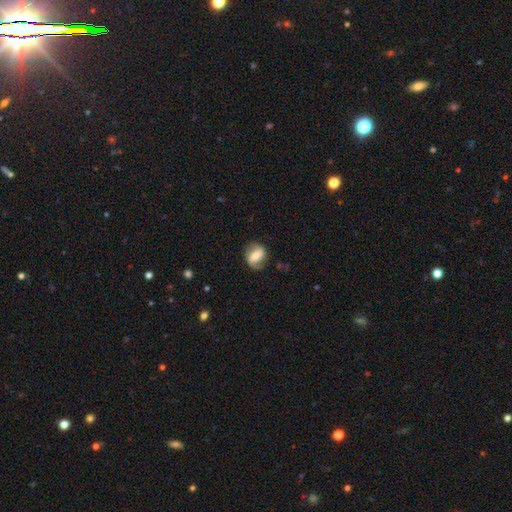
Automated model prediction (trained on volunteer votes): smooth-or-featured: featured or disk: 57% | smooth: 36% | star or artifact: 7%
  disk-edge-on: no: 95% | yes: 5%
    bar: strong: 42% | weak: 34% | no: 24%
    has-spiral-arms: yes: 78% | no: 22%
    bulge-size: moderate: 53% | small: 35% | large: 7% | none: 3% | dominant: 2%
  merging: none: 75% | minor disturbance: 17% | major disturbance: 7% | merger: 1%